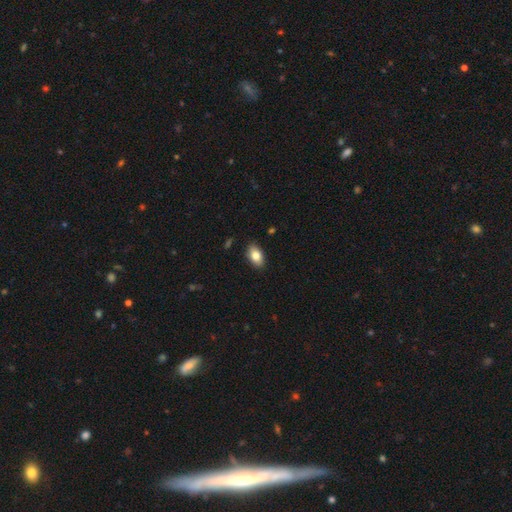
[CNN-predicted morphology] This appears to be a smooth galaxy with no disk features (82%) that is in between round and cigar-shaped (90%). Merging: none (88%).